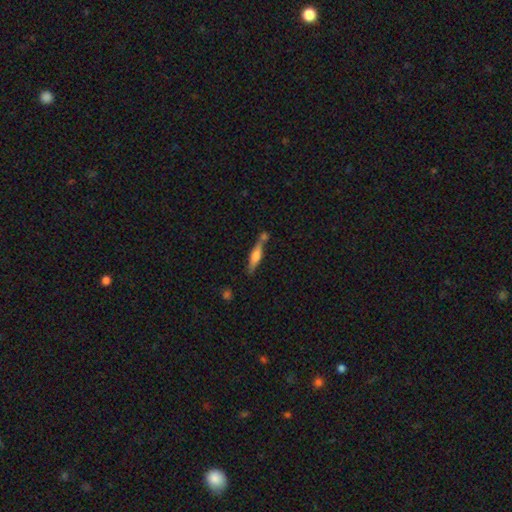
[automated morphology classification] This appears to be a featured or disk galaxy (48%). Merging: none (62%).